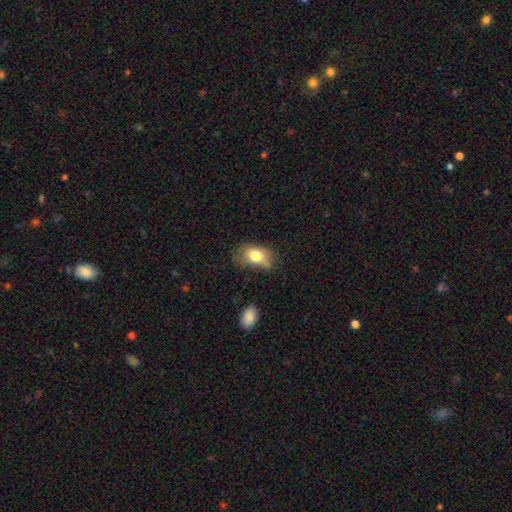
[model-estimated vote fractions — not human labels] smooth_or_featured: smooth (p=0.76) [alt: featured or disk p=0.15]
how_rounded: in between (p=0.81) [alt: round p=0.17]
merging: none (p=0.48) [alt: minor disturbance p=0.32]